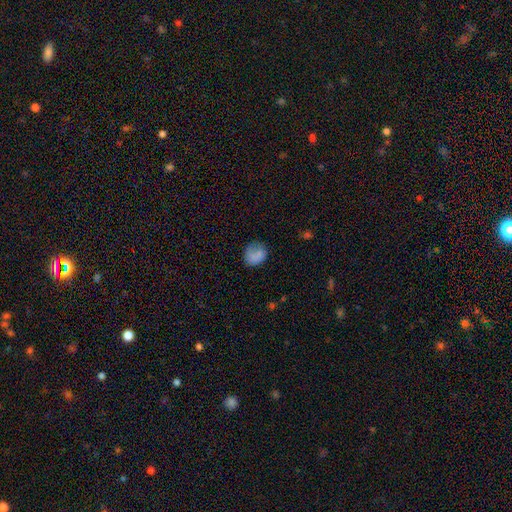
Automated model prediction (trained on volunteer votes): Smooth or featured? smooth (80%)
How rounded? round (73%)
Merging? none (64%)